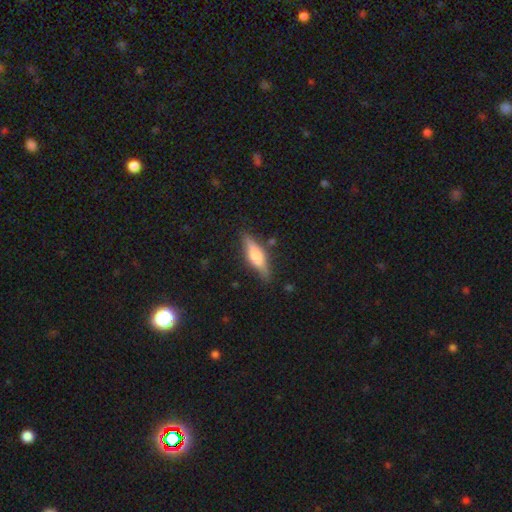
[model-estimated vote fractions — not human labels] Smooth or featured? featured or disk (47%)
Merging? none (82%)